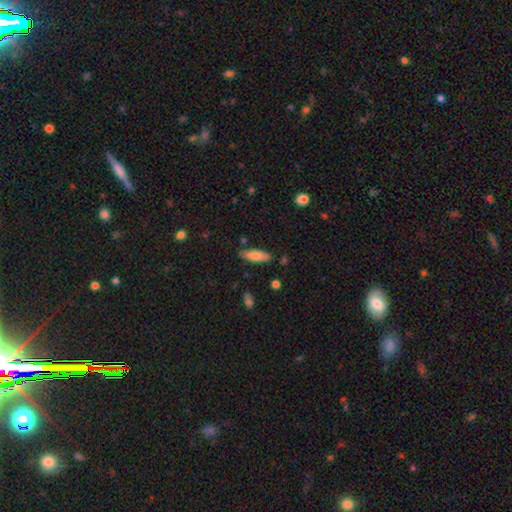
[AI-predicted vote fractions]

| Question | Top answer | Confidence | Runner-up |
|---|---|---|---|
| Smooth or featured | smooth | 82% | featured or disk (12%) |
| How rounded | in between | 53% | cigar-shaped (46%) |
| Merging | none | 81% | minor disturbance (13%) |